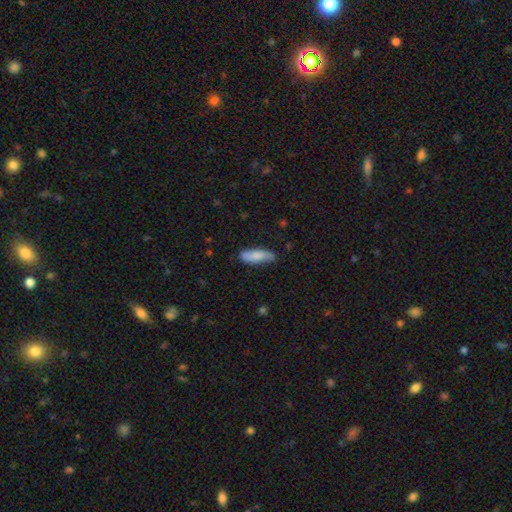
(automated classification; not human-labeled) The model was most divided on "how rounded": in between: 56%, cigar-shaped: 42%, round: 2%. More confident: smooth or featured — smooth (78%); merging — none (75%).